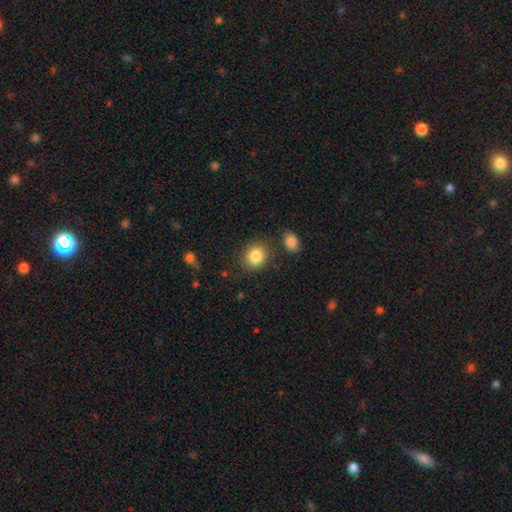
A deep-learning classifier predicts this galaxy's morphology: Smooth or featured: smooth — 85% (star or artifact — 9%)
How rounded: round — 71% (in between — 29%)
Merging: none — 81% (minor disturbance — 10%)